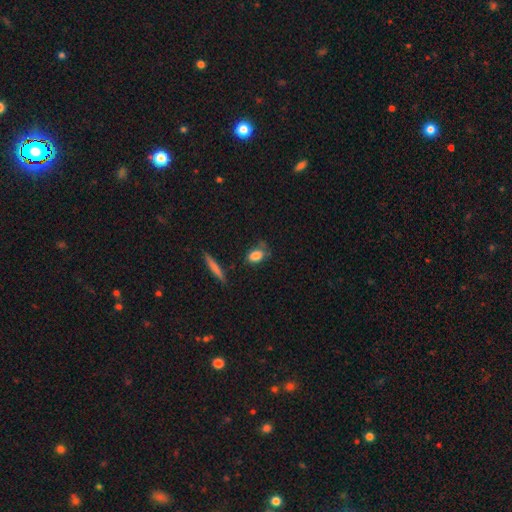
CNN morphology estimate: This is clearly a smooth galaxy (83%). How rounded: likely in between (79%). Merging: likely none (61%).